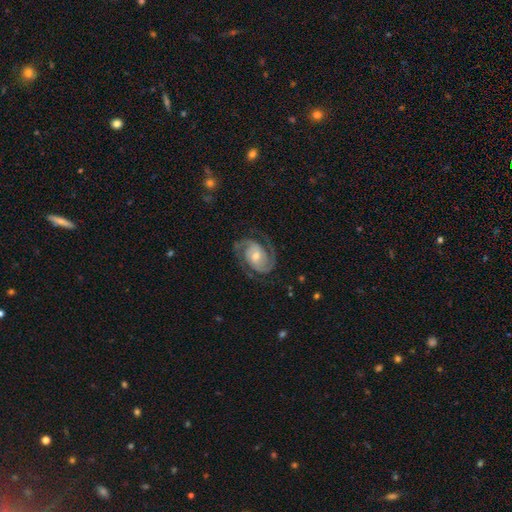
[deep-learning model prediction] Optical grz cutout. It shows a featured or disk galaxy (91%) with no bar (52%), 2 (84%) tight (45%, tied with medium) spiral arms (98%) and a moderate central bulge (55%). Merging: none (77%).